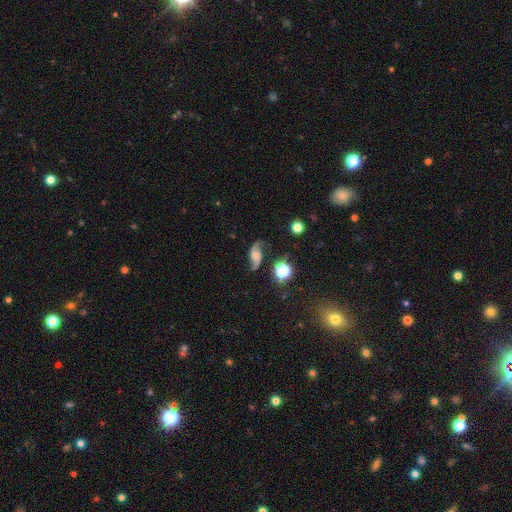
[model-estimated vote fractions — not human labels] The model was most divided on "bulge size": none: 38%, small: 21%, moderate: 20%, large: 16%, dominant: 6%. More confident: spiral arms — yes (96%); edge-on disk — no (96%); spiral arm count — 2 (93%); smooth or featured — featured or disk (78%); merging — none (73%); spiral winding — loose (70%); bar — no (59%).